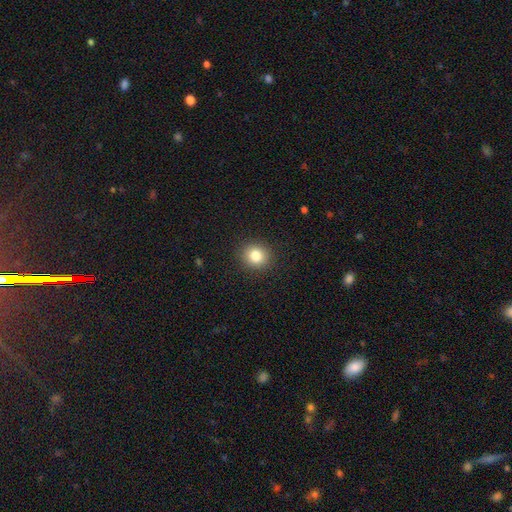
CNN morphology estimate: Q: Smooth or featured?
A: smooth (82%); runner-up: star or artifact (11%)
Q: How rounded?
A: round (86%); runner-up: in between (13%)
Q: Merging?
A: none (91%); runner-up: minor disturbance (6%)